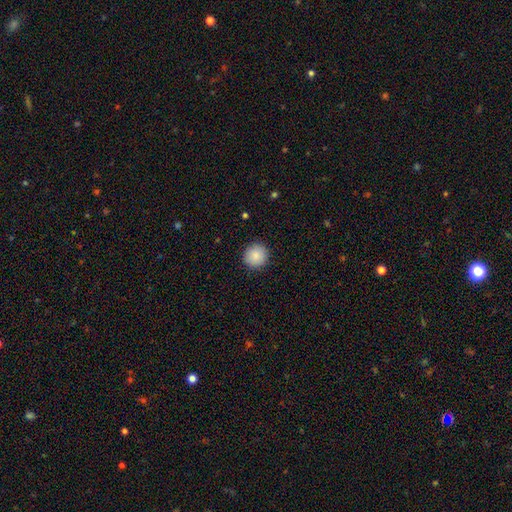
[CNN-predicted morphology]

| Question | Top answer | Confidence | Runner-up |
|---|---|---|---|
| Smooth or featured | smooth | 89% | star or artifact (8%) |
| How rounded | round | 94% | in between (5%) |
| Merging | none | 91% | minor disturbance (6%) |